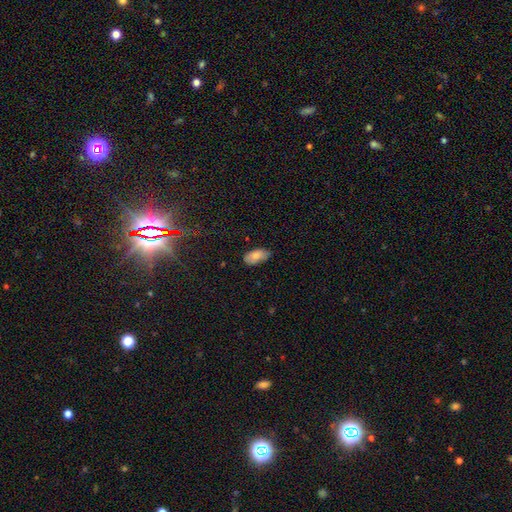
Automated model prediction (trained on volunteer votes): Smooth or featured? smooth (83%)
How rounded? in between (94%)
Merging? none (70%)